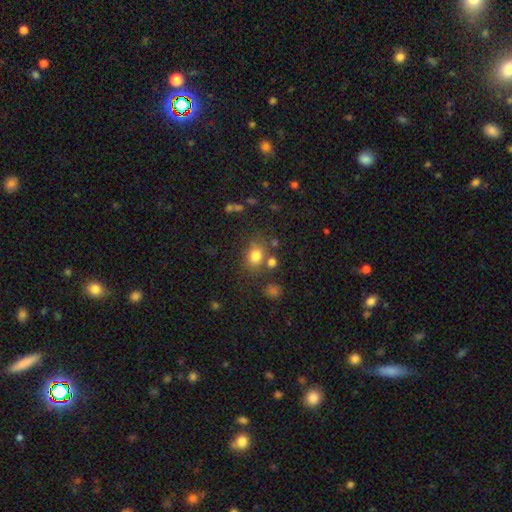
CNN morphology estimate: Smooth or featured? Predicted: smooth (p=0.78). How rounded? Predicted: round (p=0.52). Merging? Predicted: none (p=0.69).